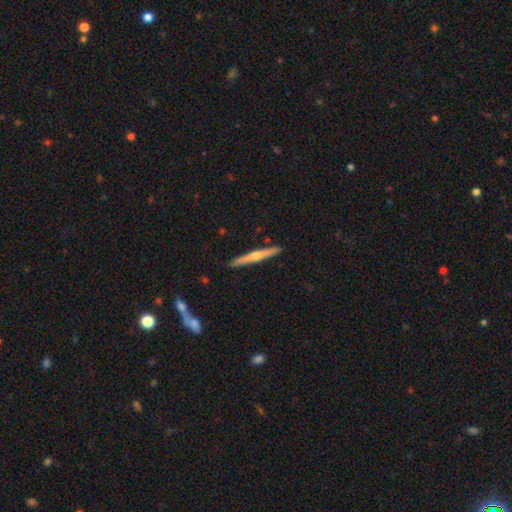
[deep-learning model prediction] Smooth or featured? Predicted: featured or disk (p=0.68). Edge-on disk? Predicted: yes (p=0.98). Edge-on bulge? Predicted: rounded (p=0.86). Merging? Predicted: none (p=0.91).